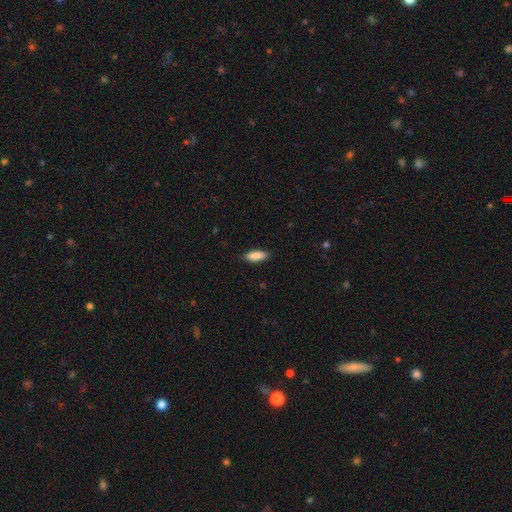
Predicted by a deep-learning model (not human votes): Smooth or featured: smooth — 89% (star or artifact — 6%)
How rounded: in between — 70% (cigar-shaped — 28%)
Merging: none — 87% (minor disturbance — 10%)